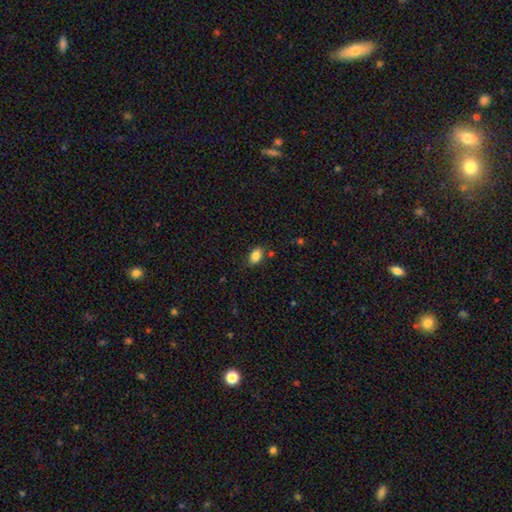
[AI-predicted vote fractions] A smooth galaxy with no disk features (85%) that is in between round and cigar-shaped (85%). Merging: none (83%).